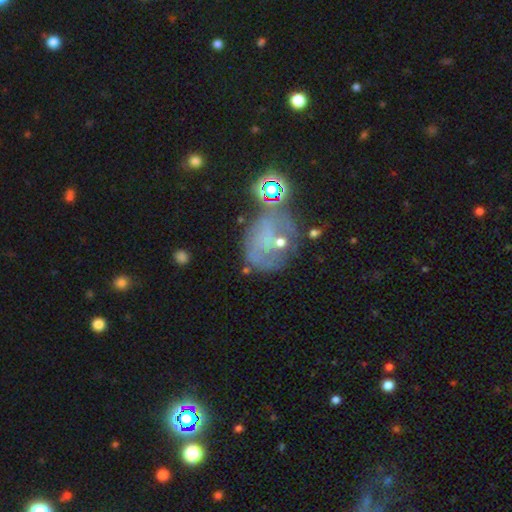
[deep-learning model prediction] Smooth or featured? Predicted: featured or disk (p=0.41). Merging? Predicted: none (p=0.42).